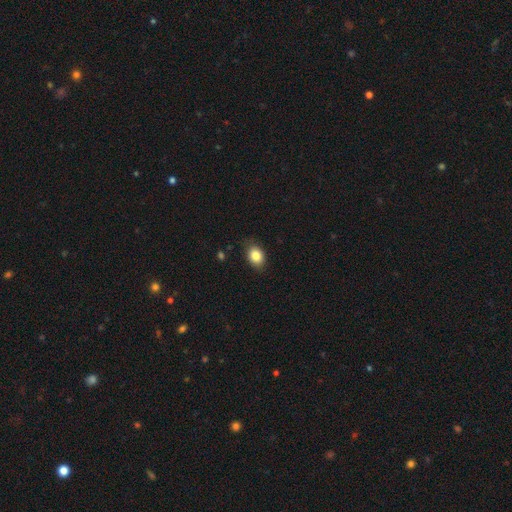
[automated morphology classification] type=smooth (85%); roundness=in between (69%); merging=none (81%).